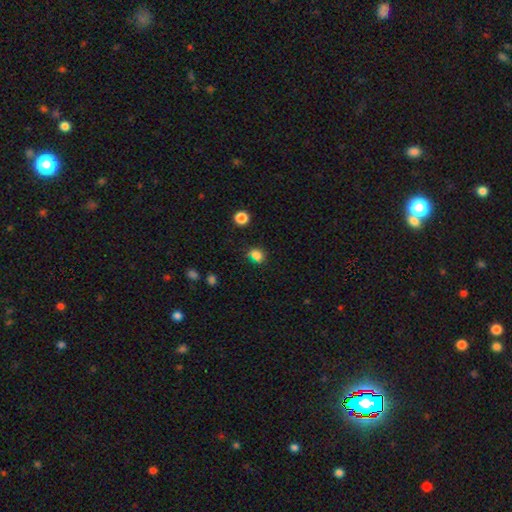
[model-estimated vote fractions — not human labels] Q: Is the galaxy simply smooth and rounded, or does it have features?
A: smooth — 78%.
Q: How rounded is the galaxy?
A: round — 60%.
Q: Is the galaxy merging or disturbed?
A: none — 71%.